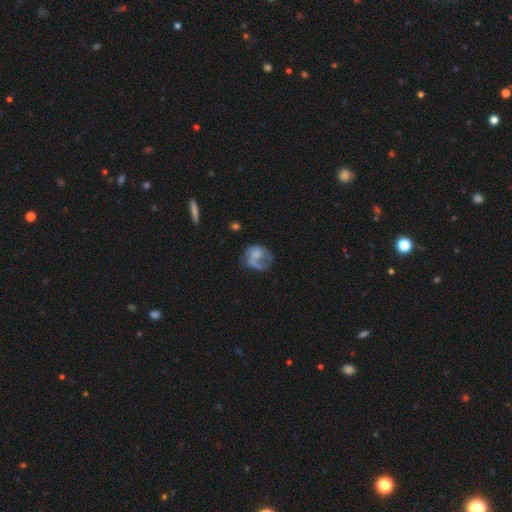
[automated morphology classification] A featured or disk galaxy (48%).

Vote fractions:
- Smooth or featured? featured or disk: 48% / smooth: 43% / star or artifact: 8%
- Merging? major disturbance: 37% / none: 33% / minor disturbance: 25% / merger: 5%